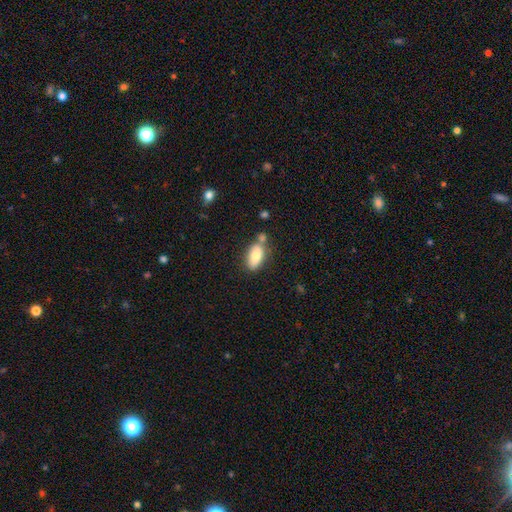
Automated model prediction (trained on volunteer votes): Smooth or featured? smooth (79%)
How rounded? in between (91%)
Merging? none (63%)